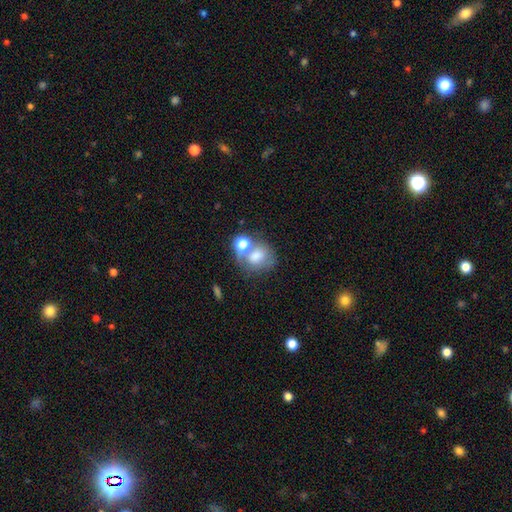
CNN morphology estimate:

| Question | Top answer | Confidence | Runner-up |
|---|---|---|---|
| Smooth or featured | smooth | 66% | featured or disk (20%) |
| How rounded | round | 57% | in between (42%) |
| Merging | none | 40% | merger (36%) |